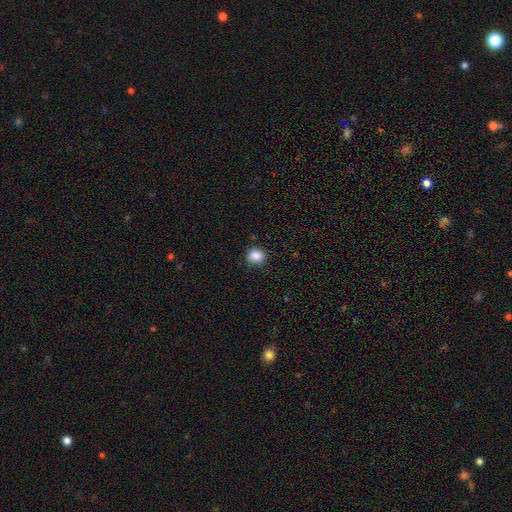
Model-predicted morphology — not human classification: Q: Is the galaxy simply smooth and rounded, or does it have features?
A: smooth — 87%.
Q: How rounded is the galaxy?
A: round — 81%.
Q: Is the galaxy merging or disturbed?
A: none — 86%.